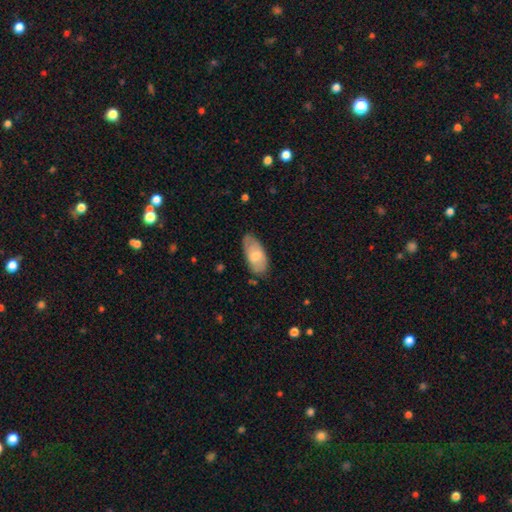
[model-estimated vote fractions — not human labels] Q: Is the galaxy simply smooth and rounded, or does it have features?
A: smooth — 66%.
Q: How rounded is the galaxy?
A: in between — 91%.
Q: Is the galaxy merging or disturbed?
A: none — 72%.